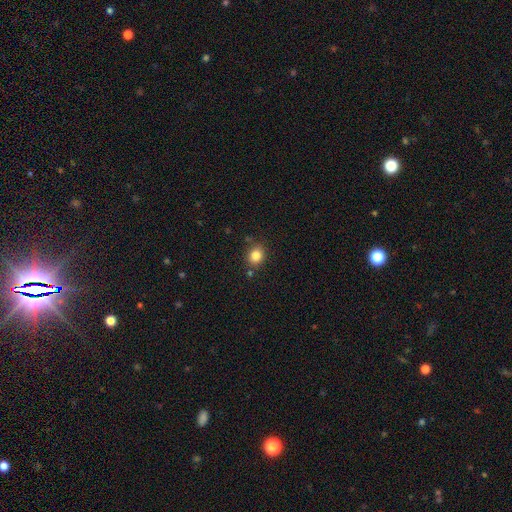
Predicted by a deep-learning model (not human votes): A smooth galaxy with no disk features (83%) that is round (66%). Merging: none (81%).